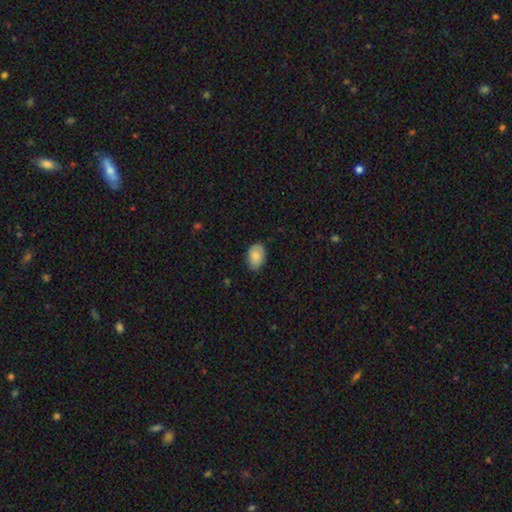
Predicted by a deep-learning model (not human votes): This appears to be a smooth galaxy with no disk features (85%) that is in between round and cigar-shaped (89%). Merging: none (85%).